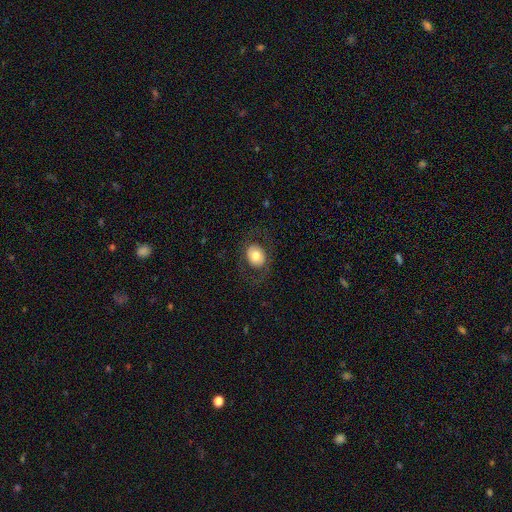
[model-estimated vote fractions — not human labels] This is likely a smooth galaxy (66%). How rounded: possibly round (52%). Merging: likely none (79%).